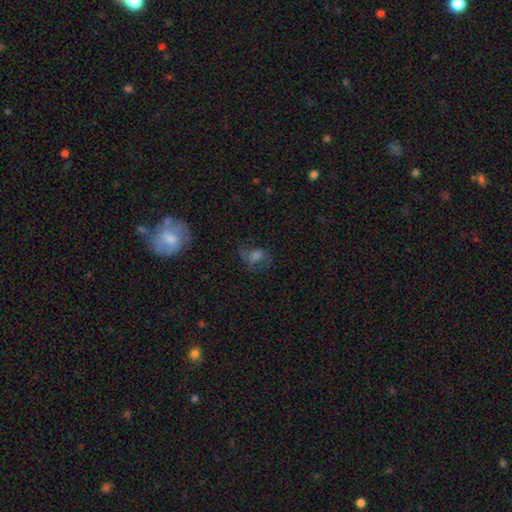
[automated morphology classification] Smooth or featured? smooth (44%)
Merging? none (49%)